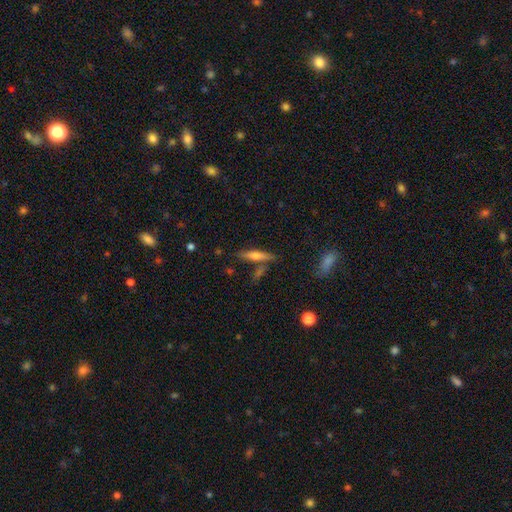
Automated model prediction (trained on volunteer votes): A featured or disk galaxy (47%). Merging: none (75%).